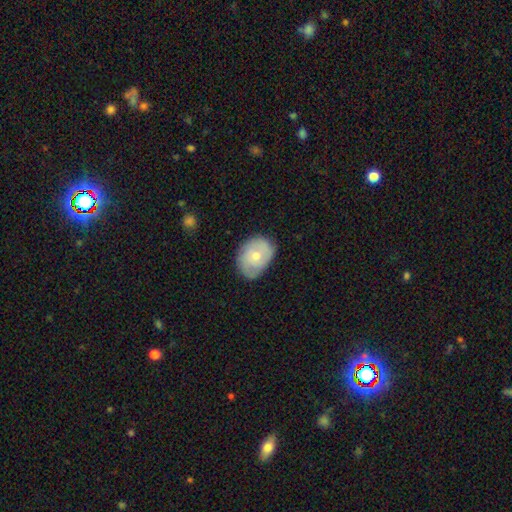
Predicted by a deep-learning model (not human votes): Smooth or featured: smooth — 54% (featured or disk — 39%)
How rounded: in between — 66% (round — 33%)
Merging: none — 68% (minor disturbance — 26%)